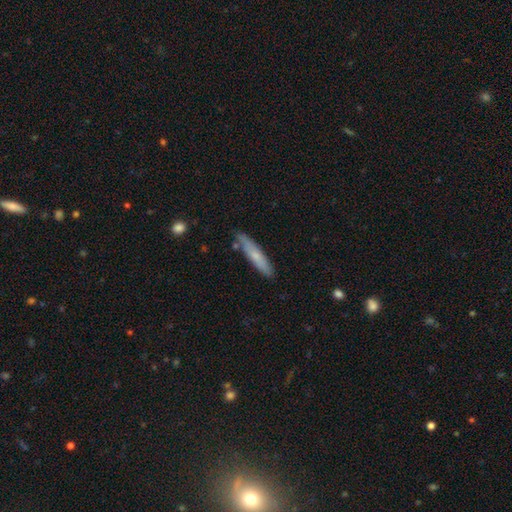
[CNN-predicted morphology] Q: Smooth or featured?
A: smooth (64%); runner-up: featured or disk (30%)
Q: How rounded?
A: cigar-shaped (89%); runner-up: in between (10%)
Q: Merging?
A: none (80%); runner-up: minor disturbance (14%)